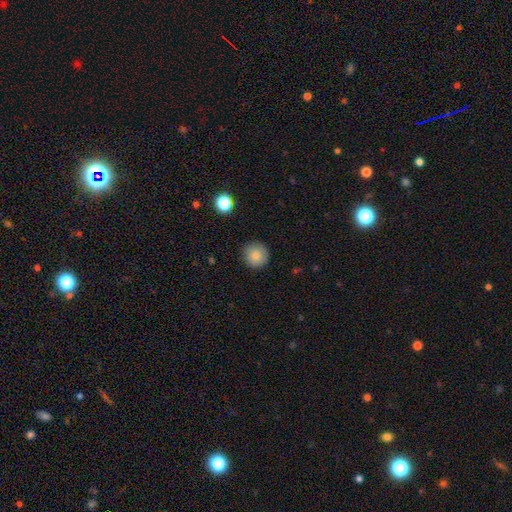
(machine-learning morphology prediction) Overall: smooth (83%). How rounded: round (95%). Merging: none (90%).